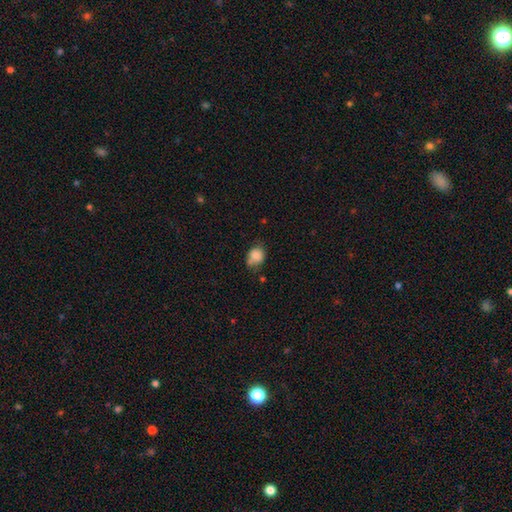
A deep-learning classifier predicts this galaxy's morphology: Smooth or featured: smooth — 82% (star or artifact — 9%)
How rounded: round — 57% (in between — 42%)
Merging: none — 45% (minor disturbance — 32%)